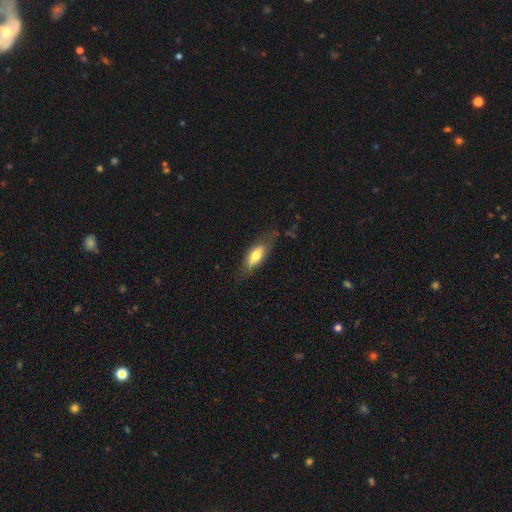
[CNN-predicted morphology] This is likely a smooth galaxy (66%). How rounded: likely in between (71%). Merging: likely none (67%).